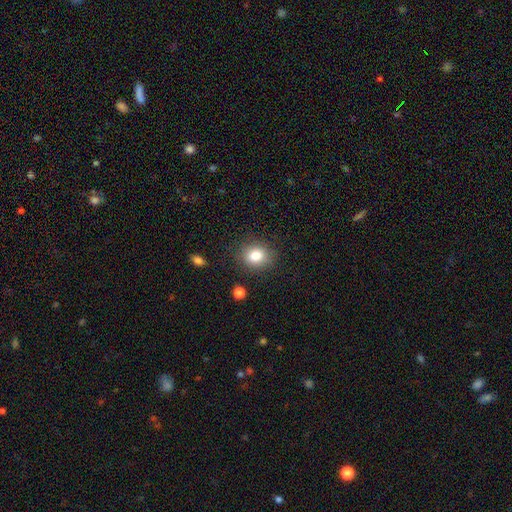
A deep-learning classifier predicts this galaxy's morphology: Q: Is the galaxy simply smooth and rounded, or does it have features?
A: smooth — 82%.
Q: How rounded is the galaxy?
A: round — 62%.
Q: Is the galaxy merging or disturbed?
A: none — 83%.